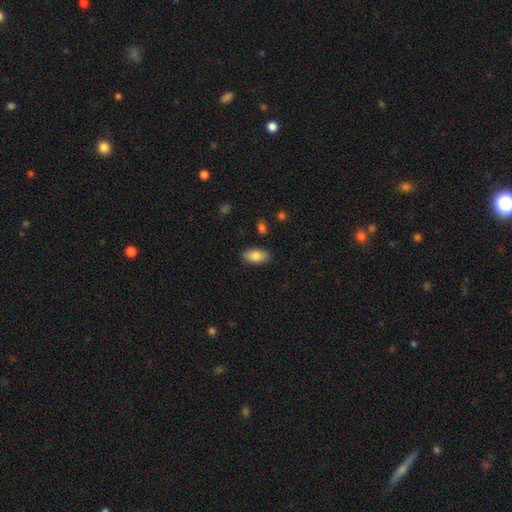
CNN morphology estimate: smooth 84%, featured or disk 9%, star or artifact 7%. Down the decision tree: how rounded — in between (93%); merging — none (86%).